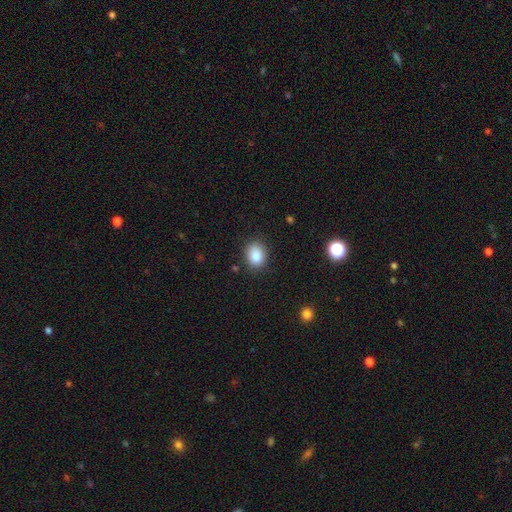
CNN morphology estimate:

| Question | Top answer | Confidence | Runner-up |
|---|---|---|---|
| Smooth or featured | smooth | 86% | star or artifact (9%) |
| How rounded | in between | 54% | round (46%) |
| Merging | none | 84% | minor disturbance (12%) |